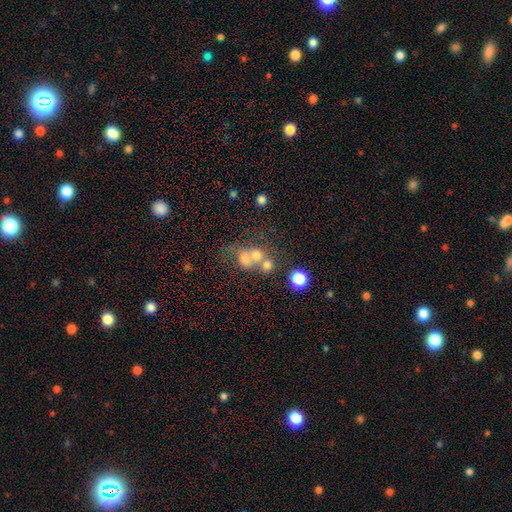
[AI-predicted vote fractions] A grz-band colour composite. It shows a smooth galaxy with no disk features (59%) that is round (67%). Merging: merger (55%).